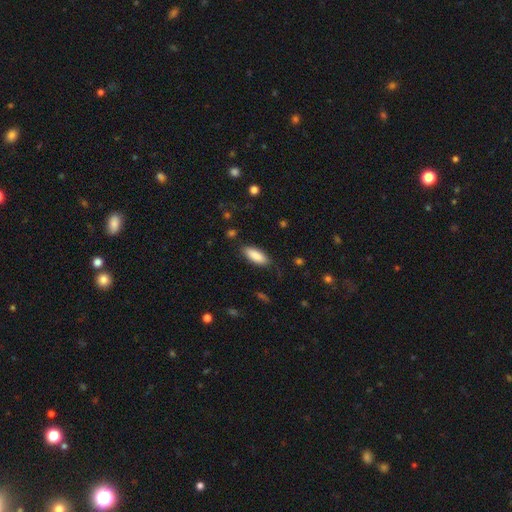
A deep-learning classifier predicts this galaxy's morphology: This is clearly a smooth galaxy (87%). How rounded: likely in between (73%). Merging: clearly none (84%).